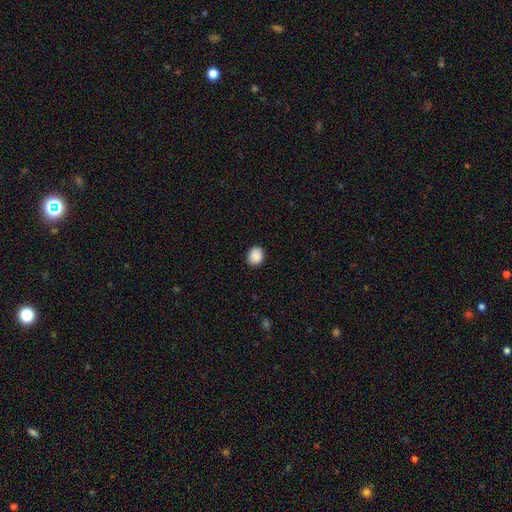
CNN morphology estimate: Q: Smooth or featured?
A: smooth (90%); runner-up: star or artifact (8%)
Q: How rounded?
A: round (65%); runner-up: in between (34%)
Q: Merging?
A: none (89%); runner-up: minor disturbance (8%)